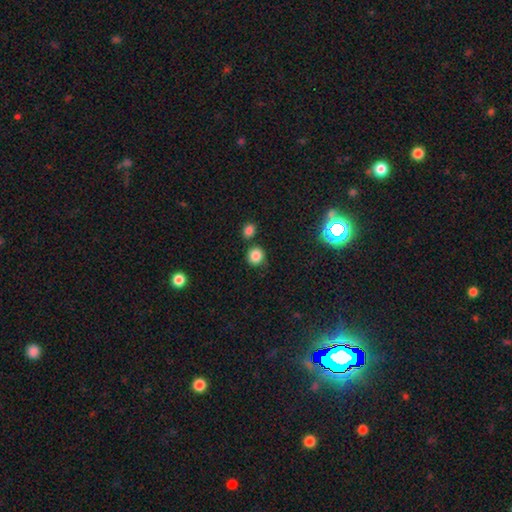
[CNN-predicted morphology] This appears to be a smooth galaxy with no disk features (83%) that is round (87%). Merging: none (78%).